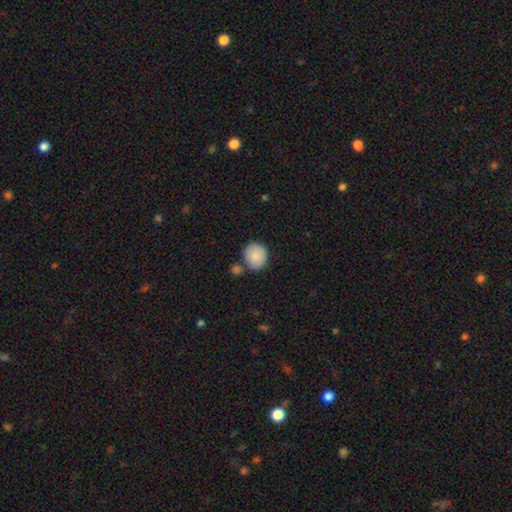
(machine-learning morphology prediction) smooth_or_featured: smooth (p=0.87) [alt: star or artifact p=0.07]
how_rounded: round (p=0.83) [alt: in between p=0.16]
merging: none (p=0.70) [alt: merger p=0.15]